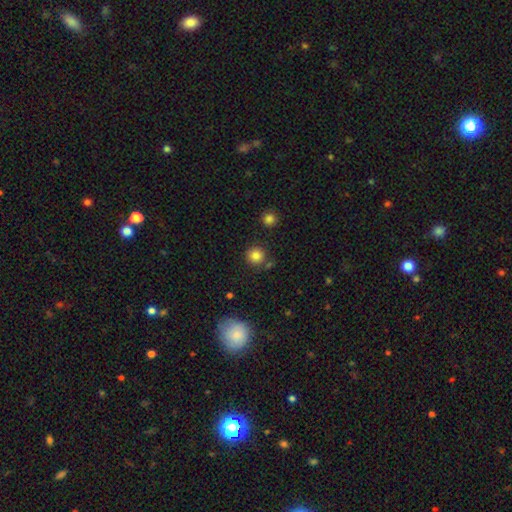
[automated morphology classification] Smooth or featured? smooth (83%)
How rounded? round (92%)
Merging? none (81%)